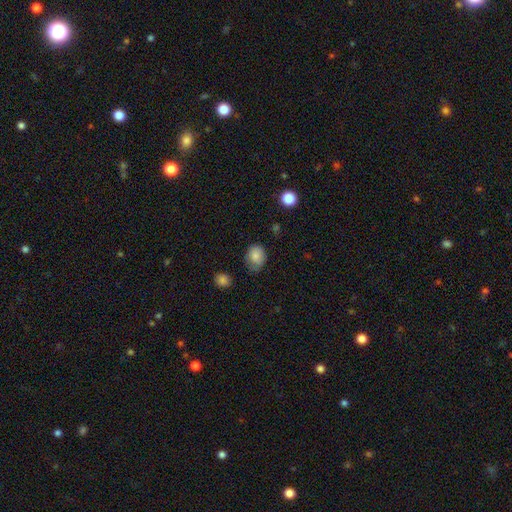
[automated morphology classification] A smooth galaxy with no disk features (84%) that is in between round and cigar-shaped (56%). Merging: none (61%).